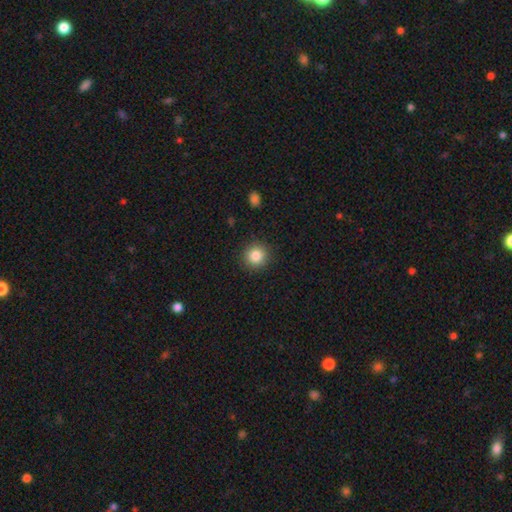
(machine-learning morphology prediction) A smooth galaxy with no disk features (85%) that is round (93%).

Vote fractions:
- Smooth or featured? smooth: 85% / star or artifact: 10% / featured or disk: 6%
- How rounded? round: 93% / in between: 6% / cigar-shaped: 1%
- Merging? none: 91% / minor disturbance: 6% / major disturbance: 2% / merger: 1%